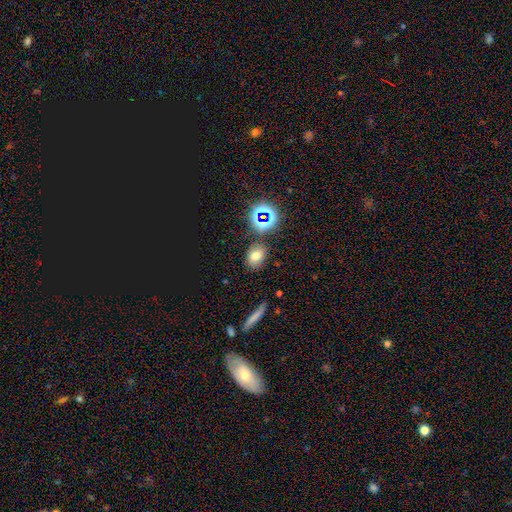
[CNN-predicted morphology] smooth_or_featured: smooth (p=0.68) [alt: star or artifact p=0.21]
how_rounded: in between (p=0.64) [alt: round p=0.34]
merging: none (p=0.79) [alt: minor disturbance p=0.12]